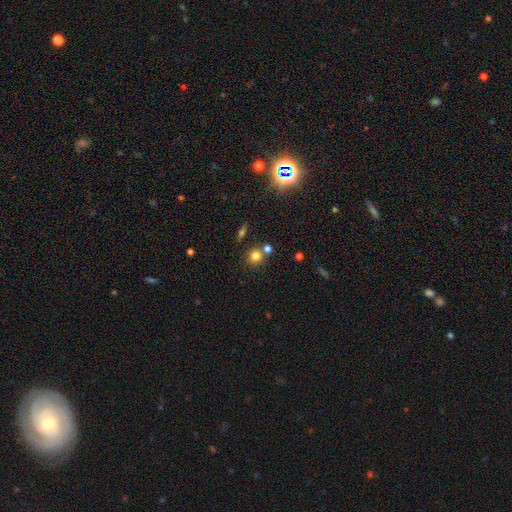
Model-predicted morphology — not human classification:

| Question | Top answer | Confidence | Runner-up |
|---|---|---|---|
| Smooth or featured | smooth | 78% | star or artifact (14%) |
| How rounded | round | 87% | in between (12%) |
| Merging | none | 69% | merger (19%) |